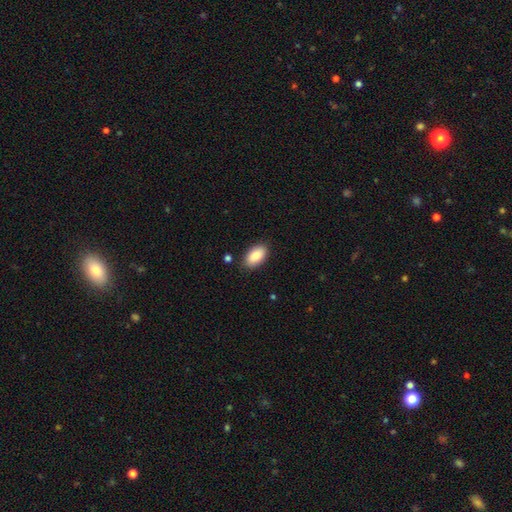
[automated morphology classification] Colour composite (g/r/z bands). It shows a smooth galaxy with no disk features (87%) that is in between round and cigar-shaped (94%). Merging: none (86%).